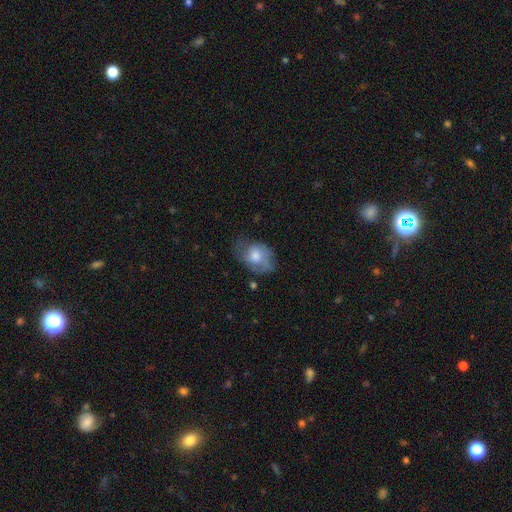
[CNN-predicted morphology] This is possibly a smooth galaxy (57%). How rounded: likely in between (79%). Merging: possibly none (50%).